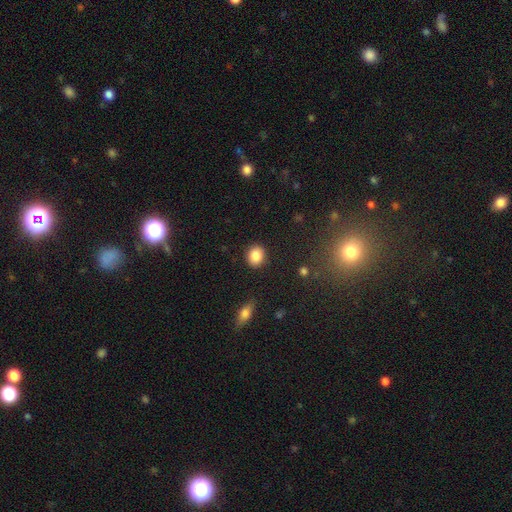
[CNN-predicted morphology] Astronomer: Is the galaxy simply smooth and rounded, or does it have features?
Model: smooth — 86%.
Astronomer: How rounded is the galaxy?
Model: round — 70%.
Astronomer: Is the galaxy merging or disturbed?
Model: none — 90%.